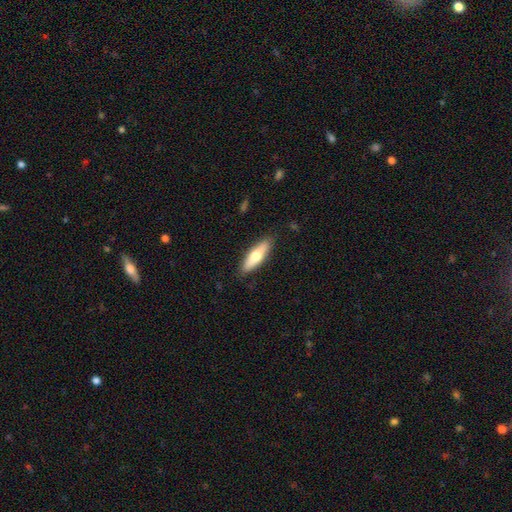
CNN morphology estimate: The model was most divided on "how rounded": cigar-shaped: 55%, in between: 43%, round: 2%. More confident: merging — none (87%); smooth or featured — smooth (63%).